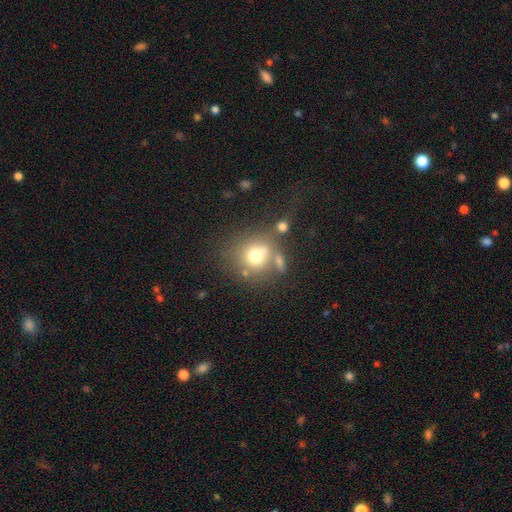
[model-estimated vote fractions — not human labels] Smooth or featured?
  - smooth: 71% *
  - featured or disk: 16%
  - star or artifact: 13%
How rounded?
  - round: 85% *
  - in between: 14%
  - cigar-shaped: 1%
Merging?
  - none: 57% *
  - merger: 20%
  - minor disturbance: 15%
  - major disturbance: 9%